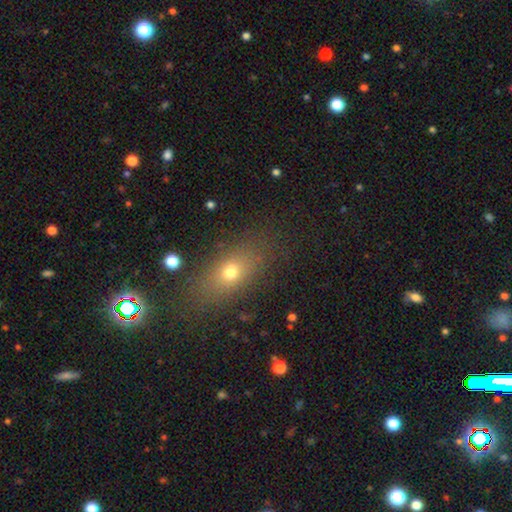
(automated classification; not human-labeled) smooth-or-featured: smooth: 59% | star or artifact: 23% | featured or disk: 18%
  how-rounded: in between: 65% | round: 20% | cigar-shaped: 15%
  merging: none: 84% | minor disturbance: 10% | major disturbance: 4% | merger: 3%